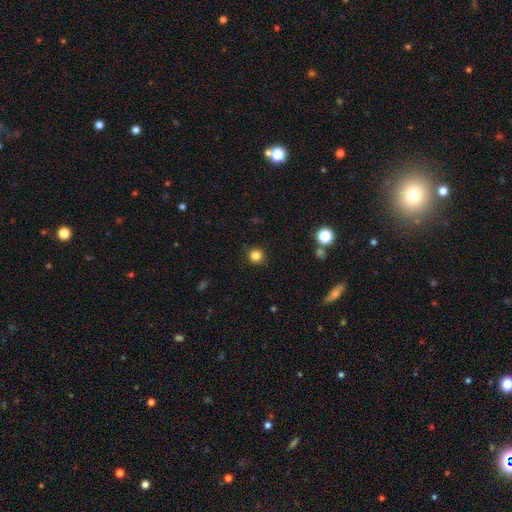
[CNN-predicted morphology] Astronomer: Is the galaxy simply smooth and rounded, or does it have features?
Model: smooth — 84%.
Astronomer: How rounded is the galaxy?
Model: round — 94%.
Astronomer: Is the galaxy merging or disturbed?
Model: none — 91%.